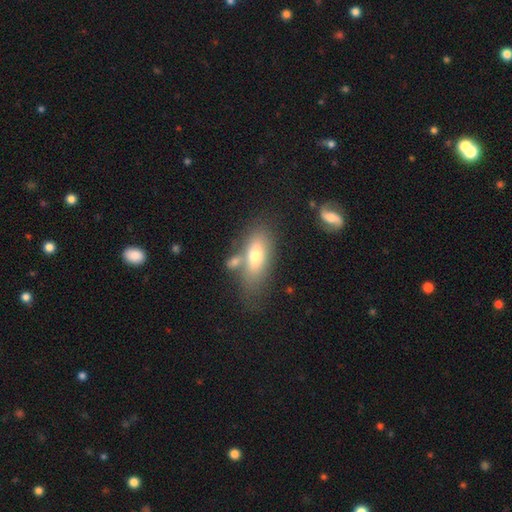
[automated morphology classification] Overall: smooth (66%). How rounded: in between (82%). Merging: none (50%; merger 22%).